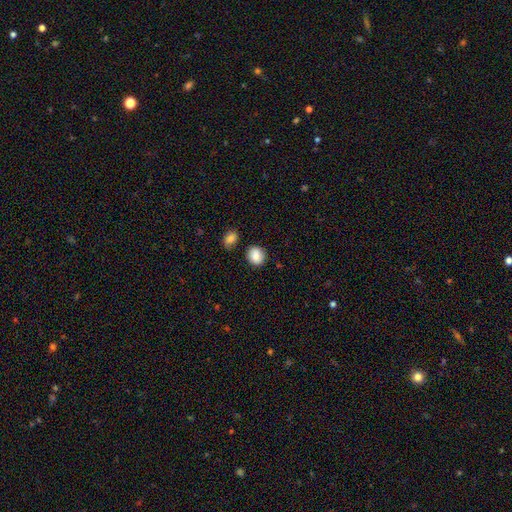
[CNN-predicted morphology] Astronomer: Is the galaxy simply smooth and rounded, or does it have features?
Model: smooth — 86%.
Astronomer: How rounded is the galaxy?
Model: round — 73%.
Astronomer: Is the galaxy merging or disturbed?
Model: none — 78%.